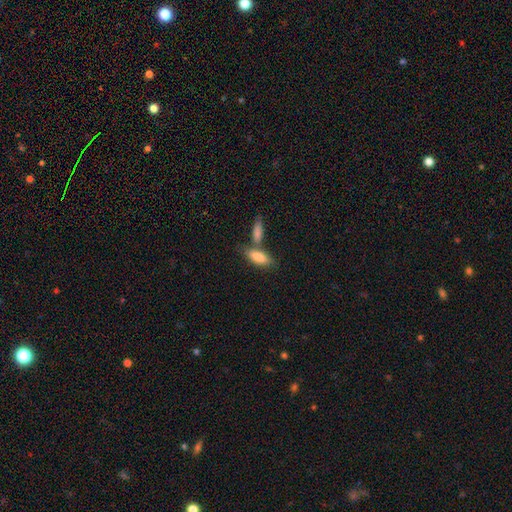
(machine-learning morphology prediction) Overall: smooth (78%). How rounded: in between (70%). Merging: none (52%; merger 33%).